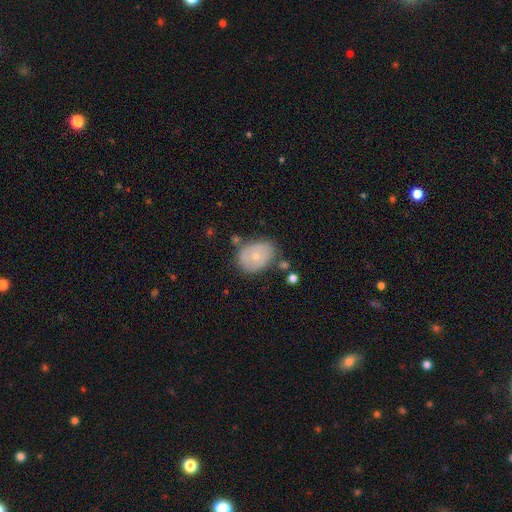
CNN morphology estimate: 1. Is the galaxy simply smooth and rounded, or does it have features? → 58% smooth, 34% featured or disk, 8% star or artifact.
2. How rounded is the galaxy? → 64% in between, 35% round, 1% cigar-shaped.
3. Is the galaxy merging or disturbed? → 63% none, 24% minor disturbance, 6% merger, 6% major disturbance.